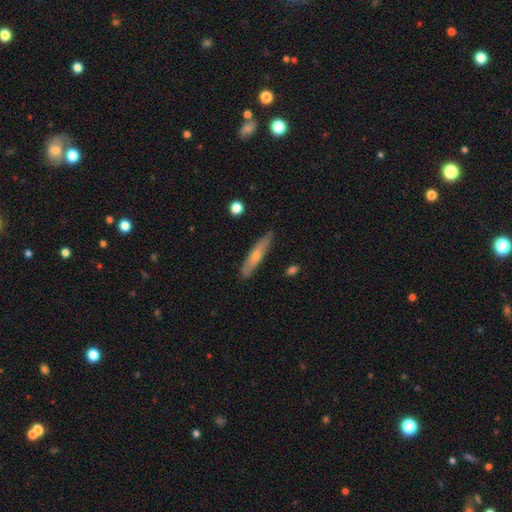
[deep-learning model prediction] Morphology: type=featured or disk (47%, tied with smooth); merging=none (85%).